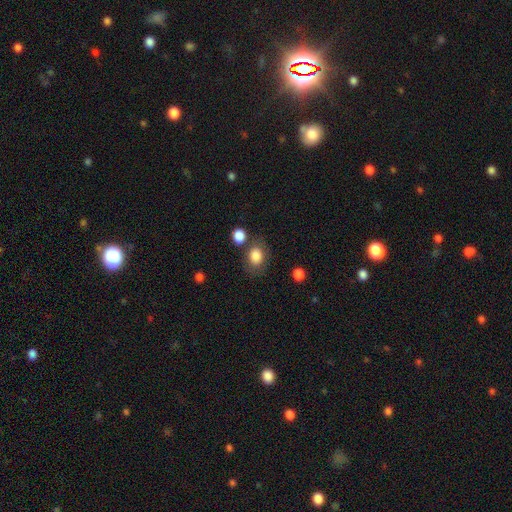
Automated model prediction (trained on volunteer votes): The model was most divided on "how rounded": in between: 60%, round: 39%, cigar-shaped: 1%. More confident: smooth or featured — smooth (82%); merging — none (67%).